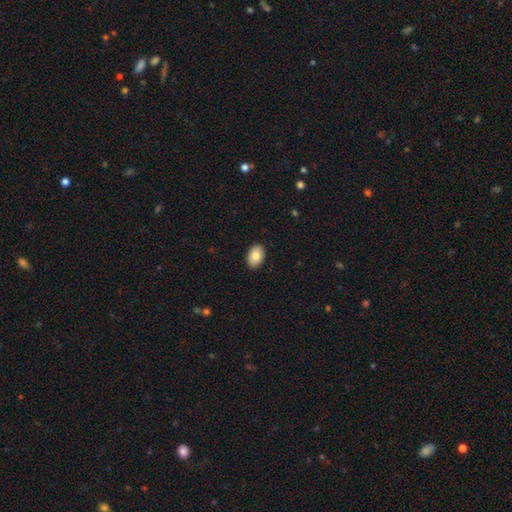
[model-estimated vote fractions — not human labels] Morphology: type=smooth (82%); roundness=in between (87%); merging=none (90%).